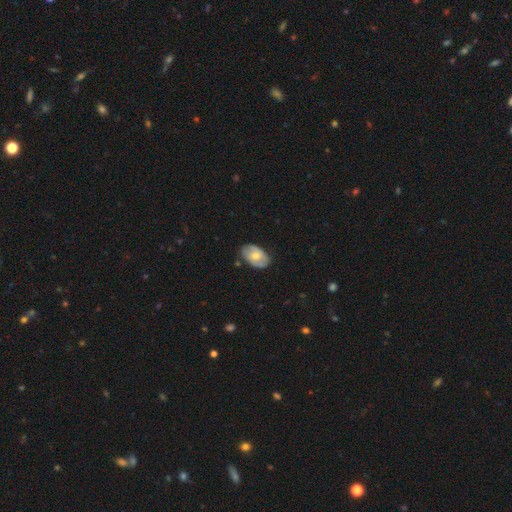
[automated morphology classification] Smooth or featured? Predicted: featured or disk (p=0.53). Edge-on disk? Predicted: no (p=0.94). Bar? Predicted: no (p=0.53). Spiral arms? Predicted: yes (p=0.66). Bulge size? Predicted: moderate (p=0.62). Merging? Predicted: none (p=0.74).